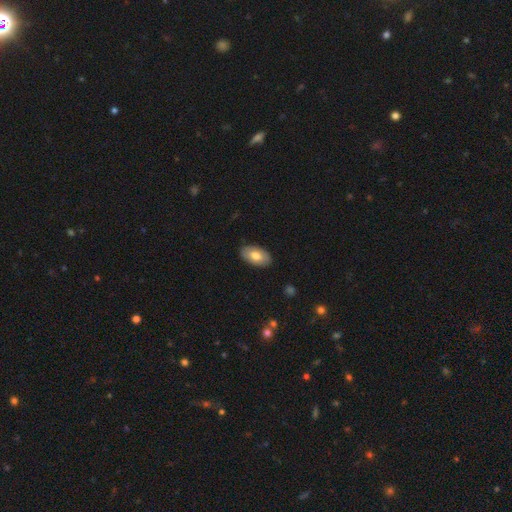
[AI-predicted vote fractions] Overall: smooth (74%). How rounded: in between (95%). Merging: none (88%).